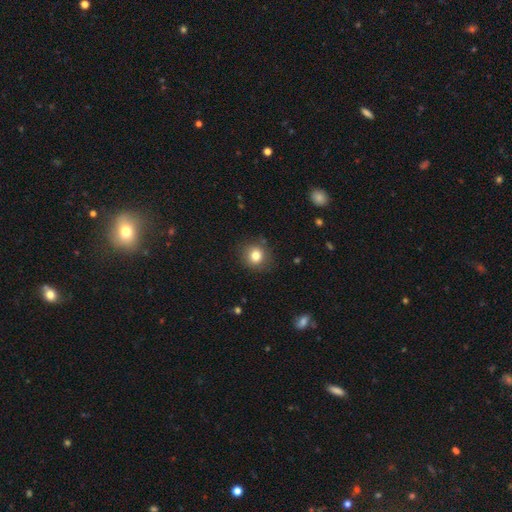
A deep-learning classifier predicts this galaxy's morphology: A smooth galaxy with no disk features (81%) that is round (85%). Merging: none (84%).